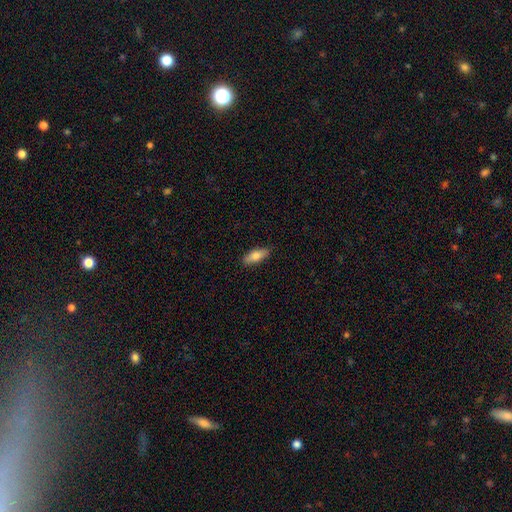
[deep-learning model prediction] smooth 78%, featured or disk 16%, star or artifact 6%. Down the decision tree: how rounded — in between (75%); merging — none (87%).